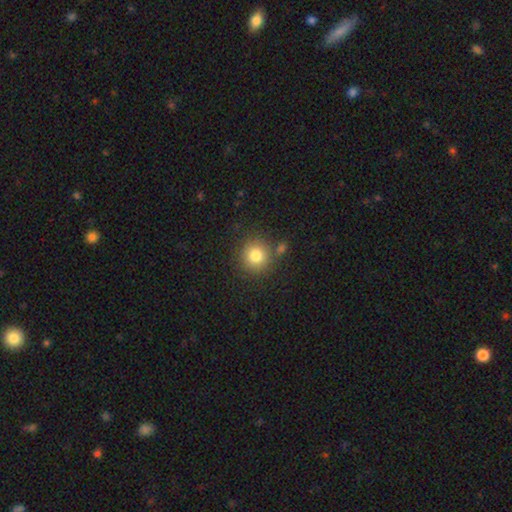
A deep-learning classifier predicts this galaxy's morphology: Smooth or featured? smooth (82%)
How rounded? round (92%)
Merging? none (80%)